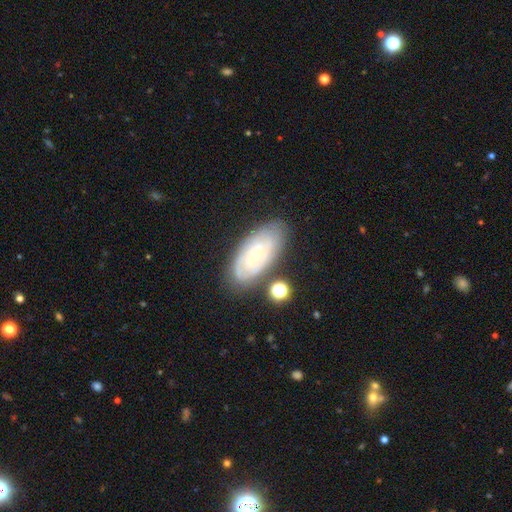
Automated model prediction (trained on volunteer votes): smooth-or-featured: featured or disk: 70% | smooth: 22% | star or artifact: 7%
  disk-edge-on: no: 93% | yes: 7%
    bar: no: 82% | weak: 14% | strong: 3%
    has-spiral-arms: yes: 81% | no: 19%
      spiral-winding: tight: 77% | medium: 18% | loose: 5%
      spiral-arm-count: can't tell: 57% | 2: 21% | 3: 10% | 4: 6% | 1: 4% | more than 4: 4%
    bulge-size: small: 73% | moderate: 23% | none: 1% | large: 1% | dominant: 1%
  merging: none: 74% | minor disturbance: 17% | merger: 5% | major disturbance: 5%